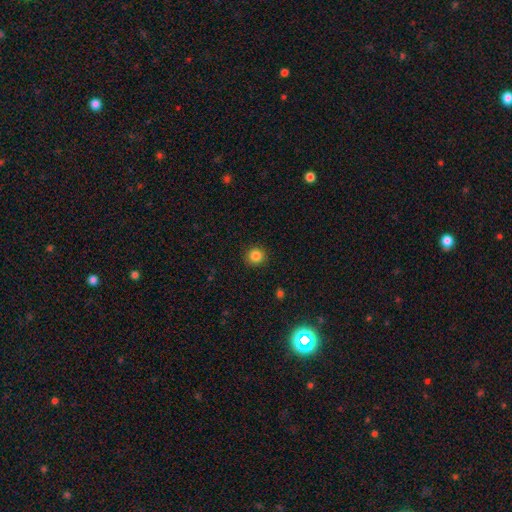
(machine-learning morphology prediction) Smooth or featured? Predicted: smooth (p=0.85). How rounded? Predicted: round (p=0.94). Merging? Predicted: none (p=0.92).